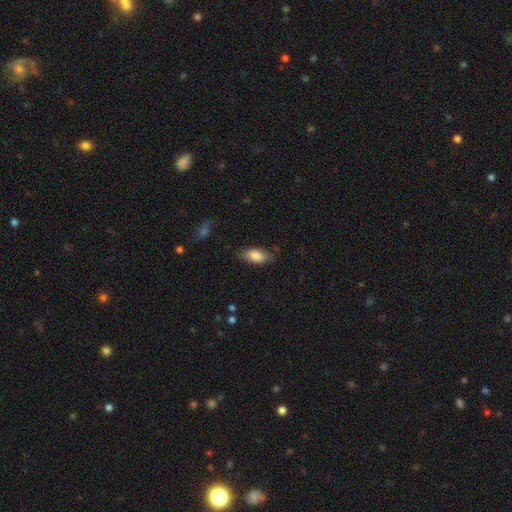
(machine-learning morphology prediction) The model was most divided on "merging": none: 76%, minor disturbance: 18%, major disturbance: 5%, merger: 1%. More confident: how rounded — in between (87%); smooth or featured — smooth (84%).